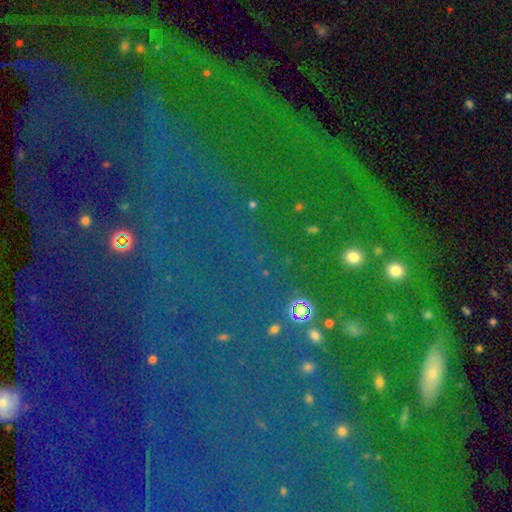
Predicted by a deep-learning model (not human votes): Smooth or featured? star or artifact (82%)